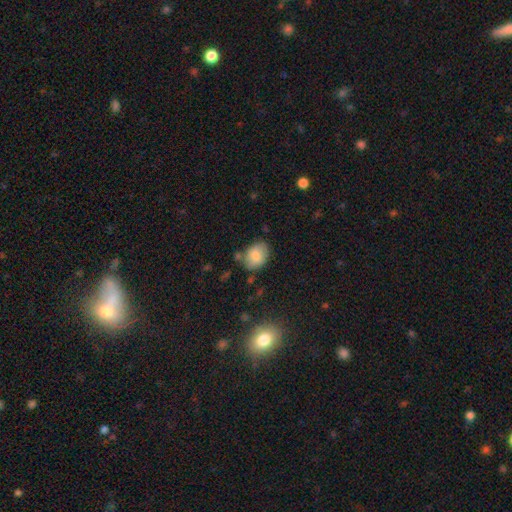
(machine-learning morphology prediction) This is likely a smooth galaxy (80%). How rounded: likely in between (68%). Merging: likely none (70%).